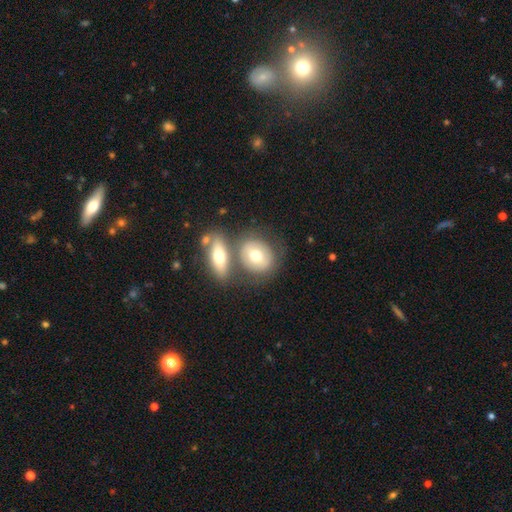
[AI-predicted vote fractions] Smooth or featured?
  - smooth: 65% *
  - featured or disk: 29%
  - star or artifact: 7%
How rounded?
  - round: 55% *
  - in between: 42%
  - cigar-shaped: 2%
Merging?
  - none: 53% *
  - merger: 31%
  - minor disturbance: 12%
  - major disturbance: 5%